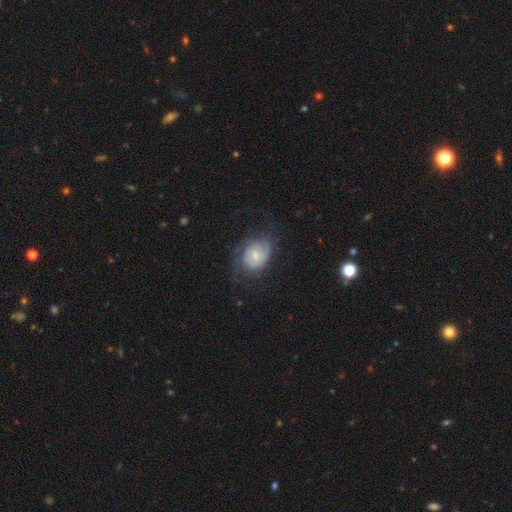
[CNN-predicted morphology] type=featured or disk (65%); edge-on=no (97%); bar=weak (46%, tied with no); spiral arms=yes (84%); winding=tight (50%); arm count=2 (42%); bulge=small (49%); merging=none (58%).